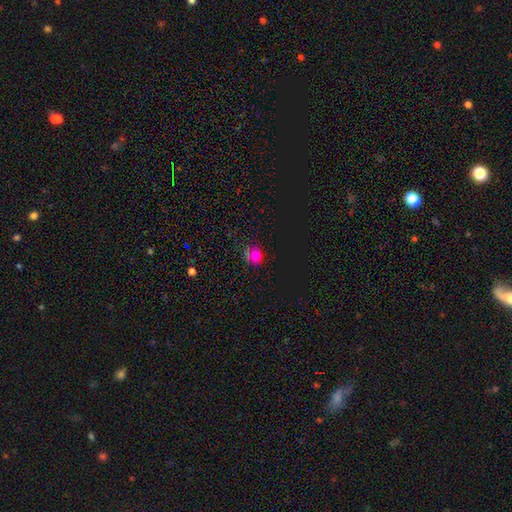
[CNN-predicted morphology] Overall: smooth (65%; star or artifact 28%). How rounded: round (71%). Merging: none (66%).